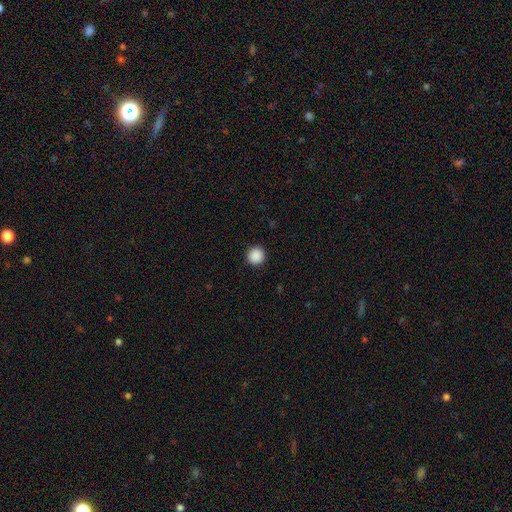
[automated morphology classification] type=smooth (89%); roundness=round (95%); merging=none (93%).